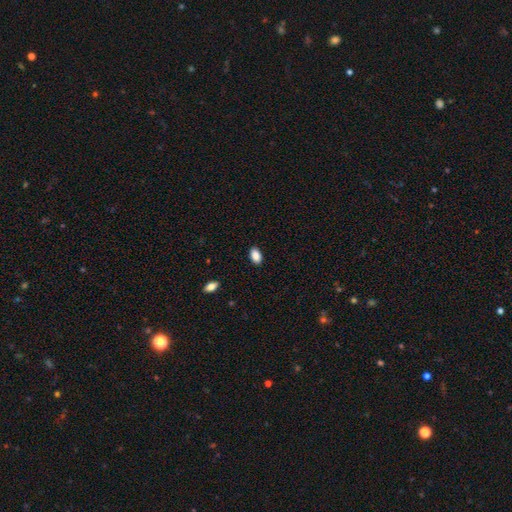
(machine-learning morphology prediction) smooth 88%, star or artifact 8%, featured or disk 4%. Down the decision tree: how rounded — in between (92%); merging — none (89%).